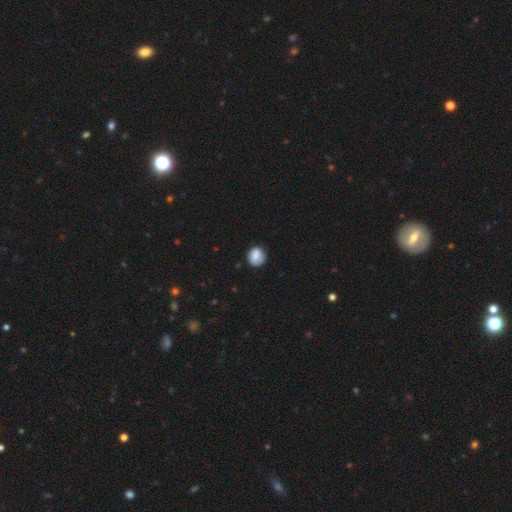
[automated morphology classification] smooth-or-featured: smooth: 77% | featured or disk: 15% | star or artifact: 8%
  how-rounded: round: 78% | in between: 21% | cigar-shaped: 1%
  merging: none: 75% | minor disturbance: 18% | major disturbance: 5% | merger: 2%